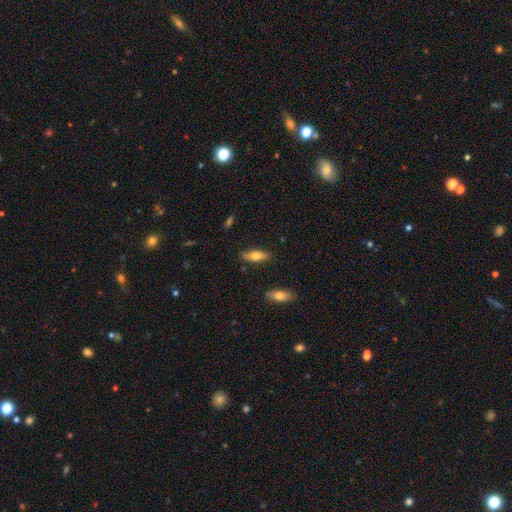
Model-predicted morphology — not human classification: type=smooth (69%); roundness=in between (61%); merging=none (85%).